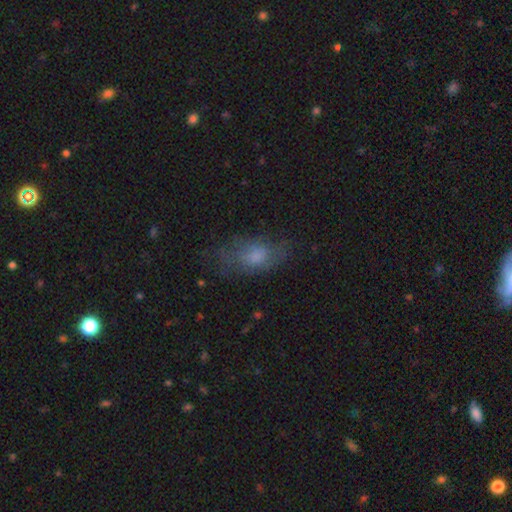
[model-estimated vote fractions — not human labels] Morphology: type=smooth (66%); roundness=in between (86%); merging=none (52%).